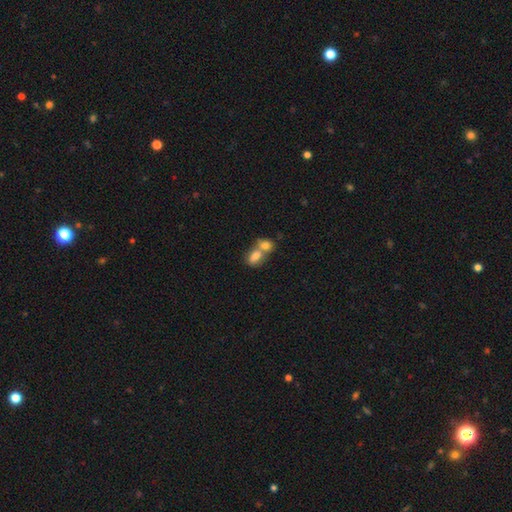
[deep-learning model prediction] smooth_or_featured: smooth (p=0.78) [alt: featured or disk p=0.13]
how_rounded: in between (p=0.76) [alt: round p=0.22]
merging: merger (p=0.70) [alt: none p=0.21]